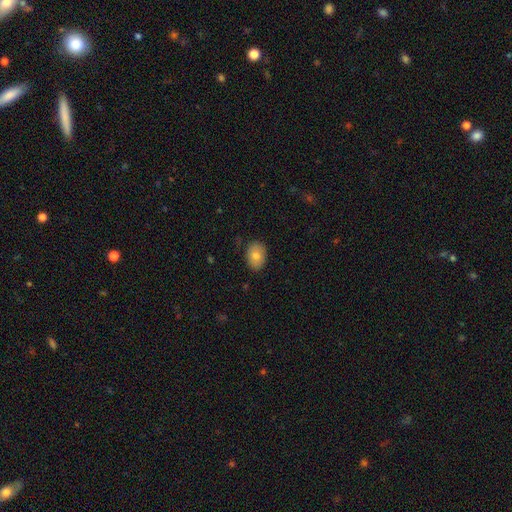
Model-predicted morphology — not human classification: This is clearly a smooth galaxy (80%). How rounded: likely in between (80%). Merging: clearly none (86%).